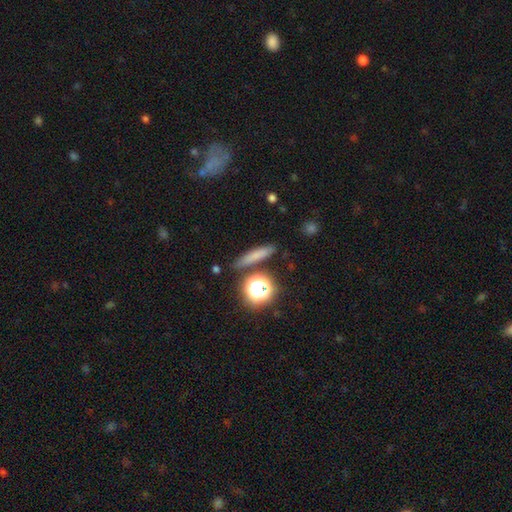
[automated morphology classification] type=smooth (69%); roundness=cigar-shaped (75%); merging=none (82%).